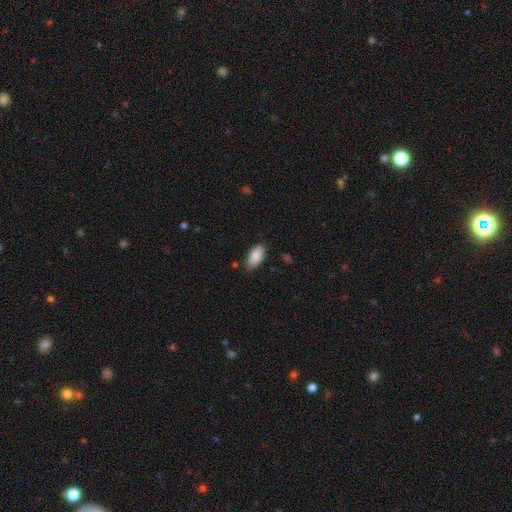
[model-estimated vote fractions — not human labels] Smooth or featured?
  - smooth: 88% *
  - star or artifact: 6%
  - featured or disk: 5%
How rounded?
  - in between: 91% *
  - cigar-shaped: 8%
  - round: 2%
Merging?
  - none: 82% *
  - minor disturbance: 14%
  - major disturbance: 3%
  - merger: 1%